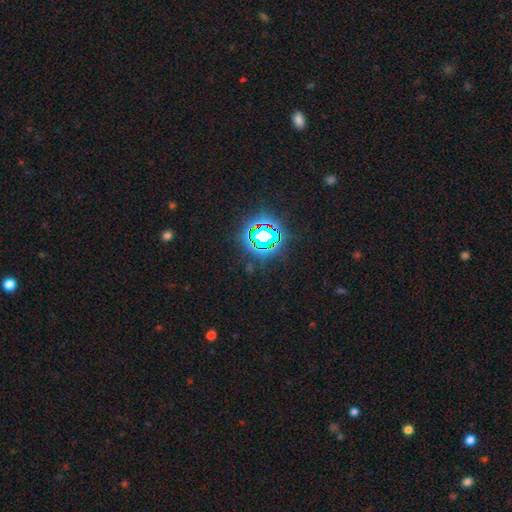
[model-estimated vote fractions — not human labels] Morphology: type=star or artifact (83%).